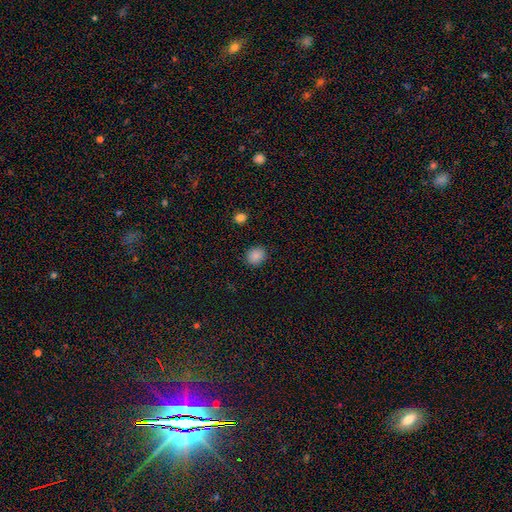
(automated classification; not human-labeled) Smooth or featured: smooth — 87% (star or artifact — 10%)
How rounded: round — 71% (in between — 28%)
Merging: none — 90% (minor disturbance — 7%)